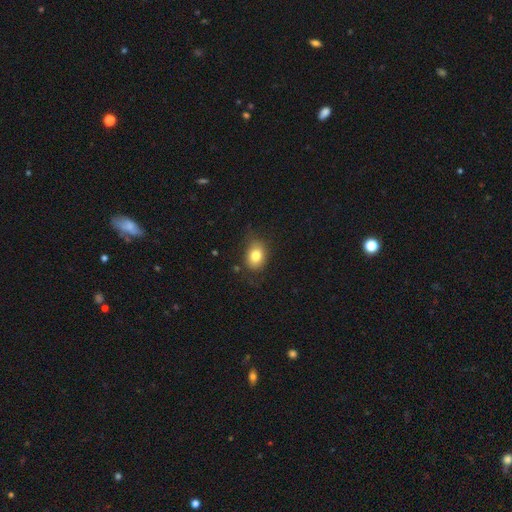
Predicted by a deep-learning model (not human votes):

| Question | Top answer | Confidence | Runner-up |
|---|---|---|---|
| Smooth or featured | smooth | 80% | featured or disk (10%) |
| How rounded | in between | 67% | round (32%) |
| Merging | none | 75% | minor disturbance (18%) |